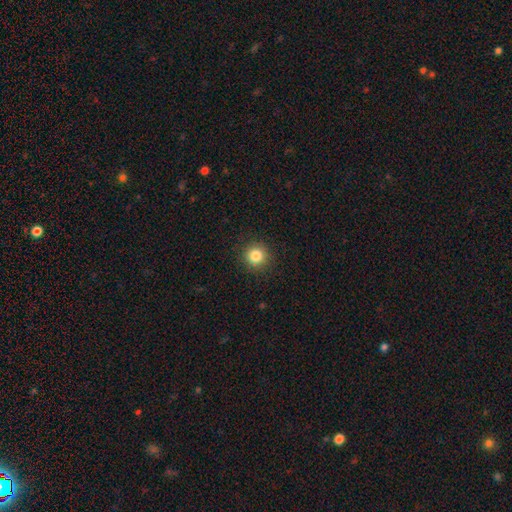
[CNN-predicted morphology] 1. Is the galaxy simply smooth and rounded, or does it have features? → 84% smooth, 11% star or artifact, 5% featured or disk.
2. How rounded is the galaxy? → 94% round, 5% in between, 1% cigar-shaped.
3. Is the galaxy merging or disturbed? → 91% none, 6% minor disturbance, 2% major disturbance, 1% merger.